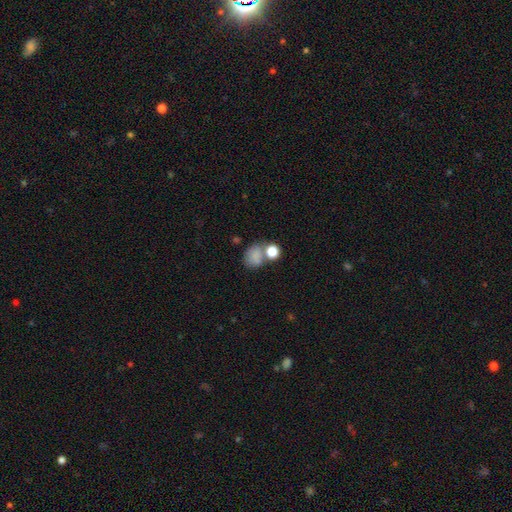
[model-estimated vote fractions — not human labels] Smooth or featured? Predicted: smooth (p=0.78). How rounded? Predicted: round (p=0.52). Merging? Predicted: none (p=0.48).